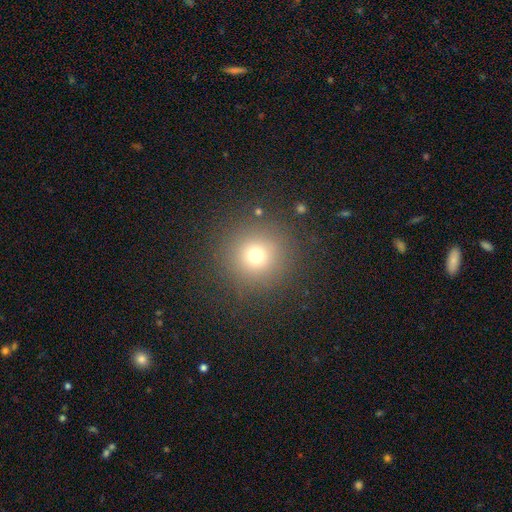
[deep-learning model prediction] smooth_or_featured: smooth (p=0.71) [alt: star or artifact p=0.18]
how_rounded: round (p=0.95) [alt: in between p=0.04]
merging: none (p=0.87) [alt: minor disturbance p=0.07]